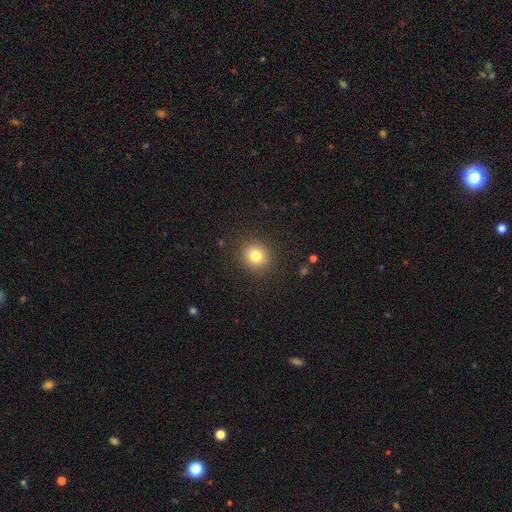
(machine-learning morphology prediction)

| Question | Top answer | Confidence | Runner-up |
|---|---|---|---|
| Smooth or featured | smooth | 80% | star or artifact (12%) |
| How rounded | round | 88% | in between (12%) |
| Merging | none | 90% | minor disturbance (7%) |